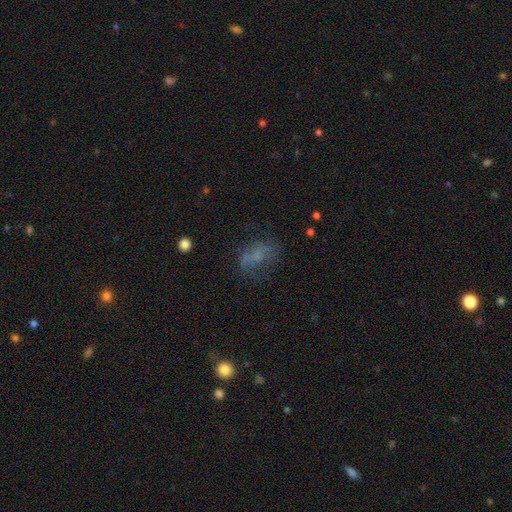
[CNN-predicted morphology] Smooth or featured?
  - smooth: 47% *
  - featured or disk: 33%
  - star or artifact: 20%
Merging?
  - none: 50% *
  - major disturbance: 24%
  - minor disturbance: 21%
  - merger: 5%